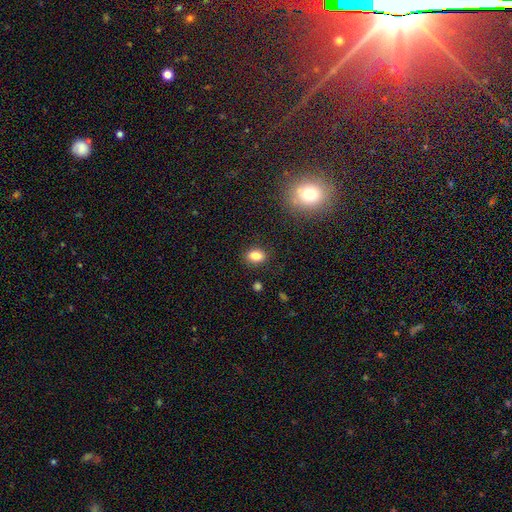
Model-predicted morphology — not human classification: type=smooth (84%); roundness=in between (74%); merging=none (86%).